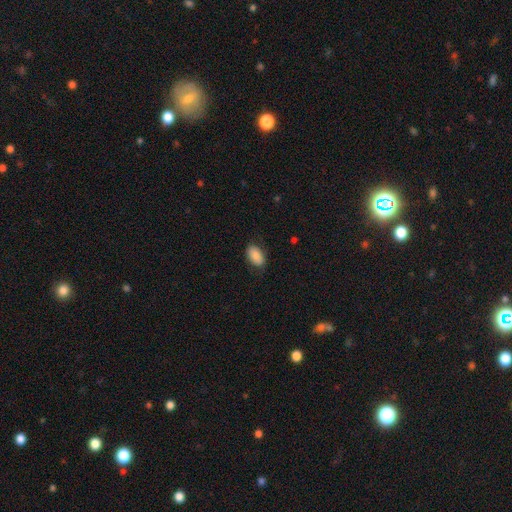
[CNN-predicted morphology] Overall: smooth (86%). How rounded: in between (93%). Merging: none (81%).